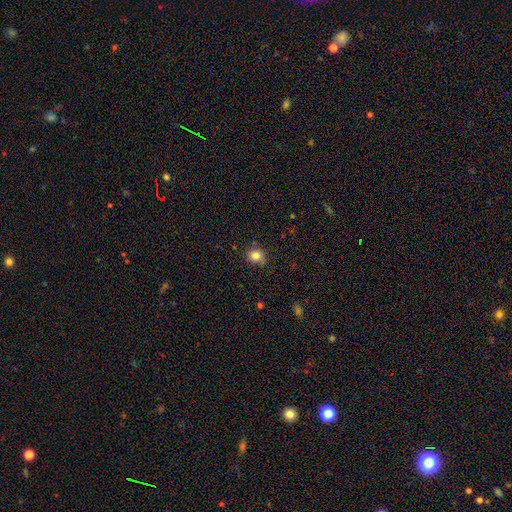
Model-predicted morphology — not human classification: A smooth galaxy with no disk features (83%) that is round (70%).

Vote fractions:
- Smooth or featured? smooth: 83% / star or artifact: 11% / featured or disk: 6%
- How rounded? round: 70% / in between: 29% / cigar-shaped: 1%
- Merging? none: 79% / minor disturbance: 16% / major disturbance: 3% / merger: 2%